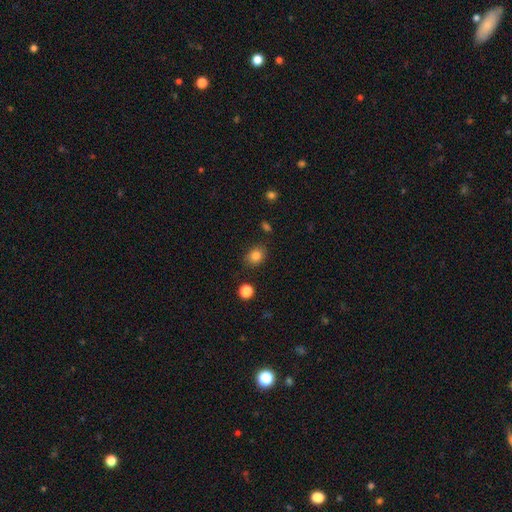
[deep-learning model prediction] smooth-or-featured: smooth: 83% | star or artifact: 11% | featured or disk: 6%
  how-rounded: round: 58% | in between: 41% | cigar-shaped: 1%
  merging: none: 83% | minor disturbance: 12% | major disturbance: 3% | merger: 3%